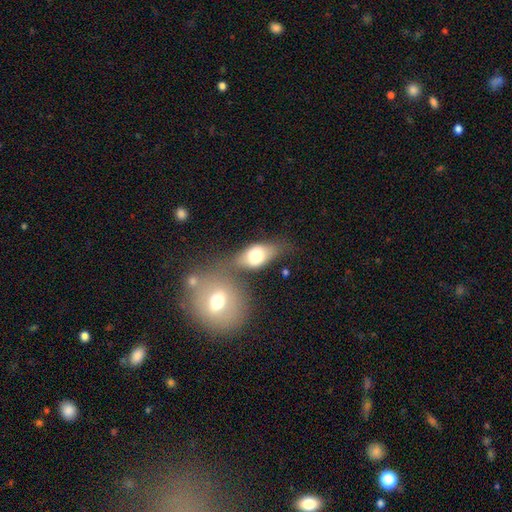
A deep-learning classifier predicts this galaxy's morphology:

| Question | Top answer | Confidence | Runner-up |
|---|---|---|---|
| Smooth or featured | smooth | 66% | featured or disk (26%) |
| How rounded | in between | 79% | round (16%) |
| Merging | none | 50% | merger (24%) |